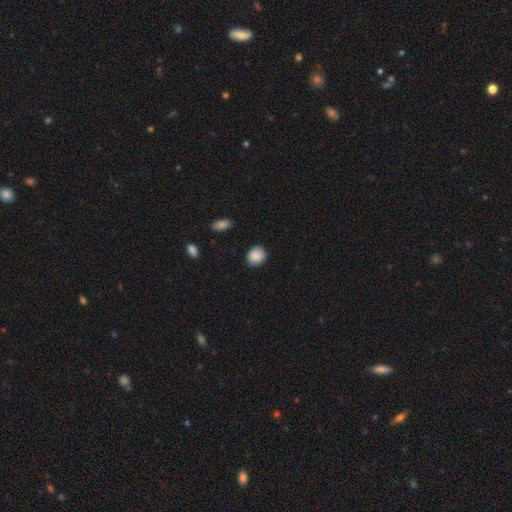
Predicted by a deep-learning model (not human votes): Smooth or featured? Predicted: smooth (p=0.89). How rounded? Predicted: round (p=0.59). Merging? Predicted: none (p=0.84).